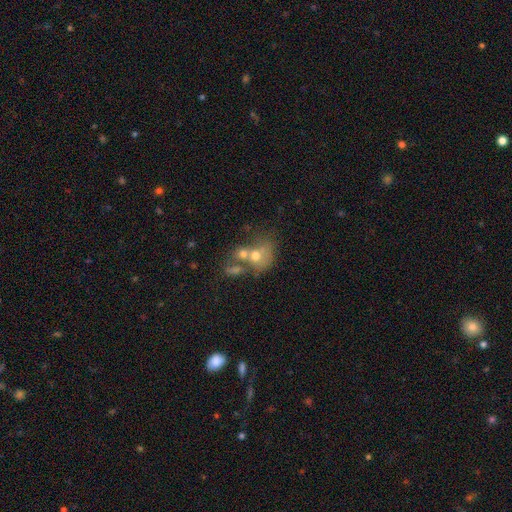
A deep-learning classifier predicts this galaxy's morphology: Overall: smooth (58%; featured or disk 30%). How rounded: round (54%; in between 45%). Merging: merger (63%).